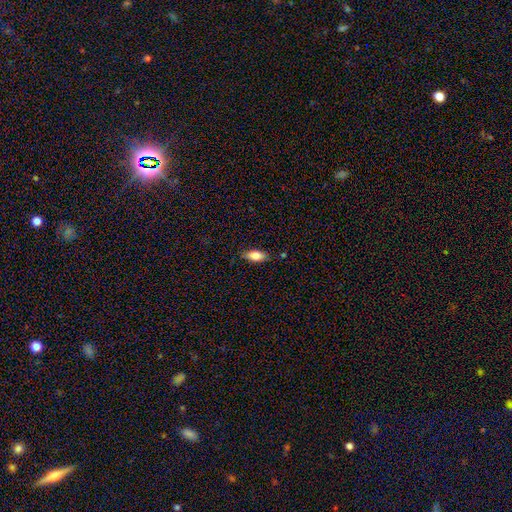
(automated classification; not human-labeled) A smooth galaxy with no disk features (80%) that is in between round and cigar-shaped (85%). Merging: none (82%).